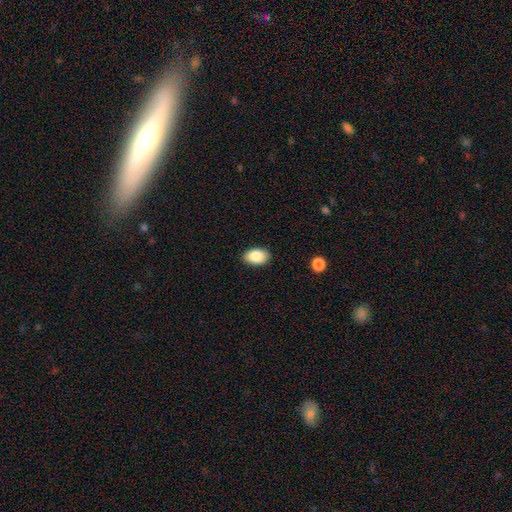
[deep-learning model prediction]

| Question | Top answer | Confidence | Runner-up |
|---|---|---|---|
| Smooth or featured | smooth | 87% | star or artifact (7%) |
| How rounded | in between | 90% | round (8%) |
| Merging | none | 87% | minor disturbance (10%) |